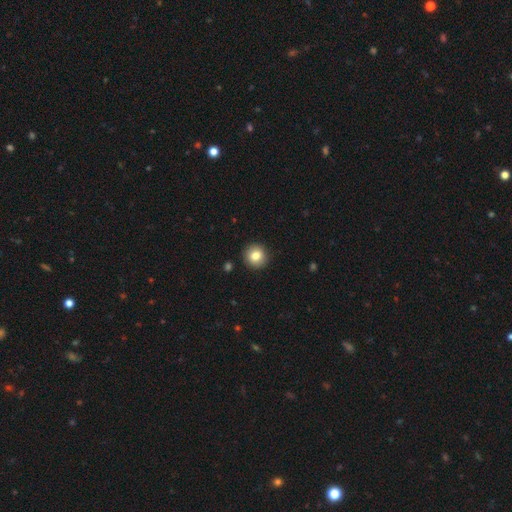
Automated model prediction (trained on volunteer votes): Q: Smooth or featured?
A: smooth (82%); runner-up: star or artifact (9%)
Q: How rounded?
A: round (94%); runner-up: in between (5%)
Q: Merging?
A: none (92%); runner-up: minor disturbance (5%)